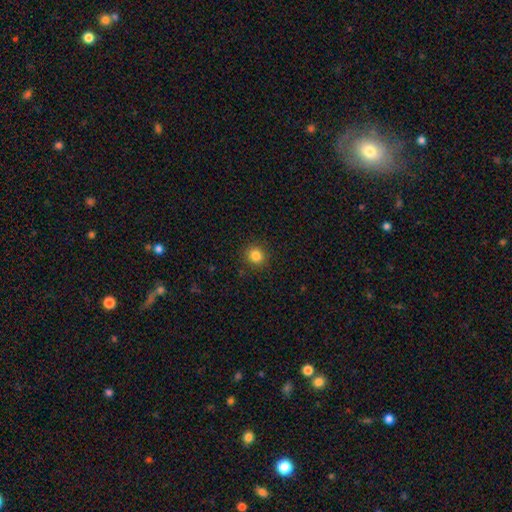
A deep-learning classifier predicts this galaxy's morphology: Smooth or featured: smooth — 84% (star or artifact — 12%)
How rounded: round — 87% (in between — 12%)
Merging: none — 90% (minor disturbance — 7%)